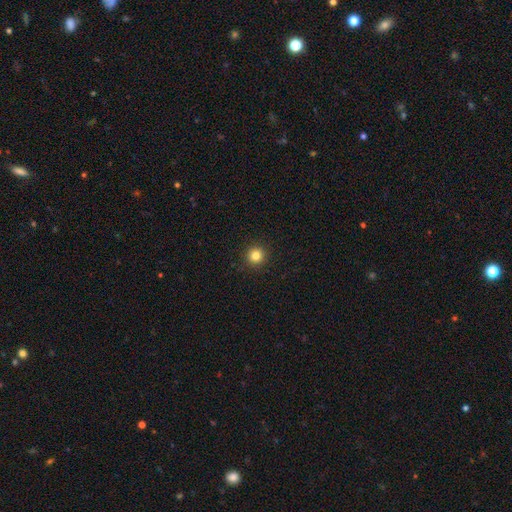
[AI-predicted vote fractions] Overall: smooth (83%). How rounded: round (96%). Merging: none (93%).